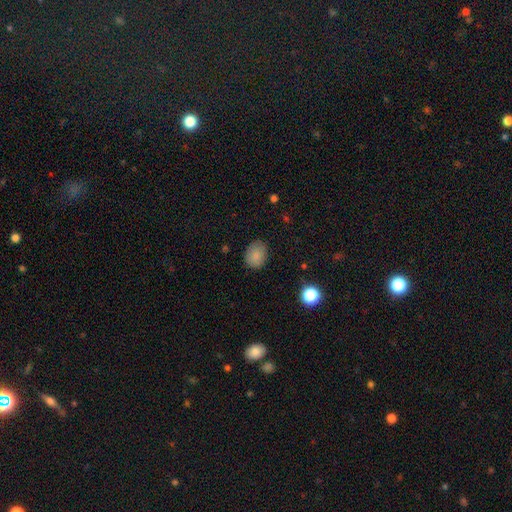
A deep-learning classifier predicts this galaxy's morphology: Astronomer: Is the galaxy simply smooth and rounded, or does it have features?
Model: smooth — 85%.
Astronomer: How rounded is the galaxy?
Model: round — 50% (runner-up: in between, 49%).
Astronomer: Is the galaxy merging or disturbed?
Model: none — 80%.